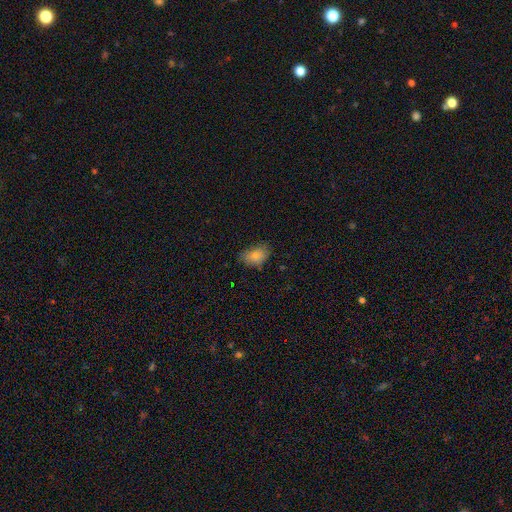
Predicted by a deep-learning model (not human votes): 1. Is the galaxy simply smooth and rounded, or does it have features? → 81% smooth, 10% featured or disk, 9% star or artifact.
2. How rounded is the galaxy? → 85% in between, 14% round, 2% cigar-shaped.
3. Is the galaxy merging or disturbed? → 67% none, 26% minor disturbance, 6% major disturbance, 1% merger.